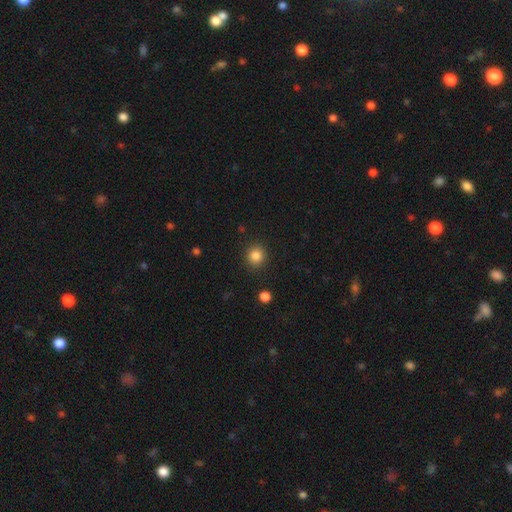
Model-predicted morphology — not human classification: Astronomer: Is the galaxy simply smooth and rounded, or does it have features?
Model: smooth — 85%.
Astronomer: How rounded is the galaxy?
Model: round — 90%.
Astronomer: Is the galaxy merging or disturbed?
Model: none — 90%.